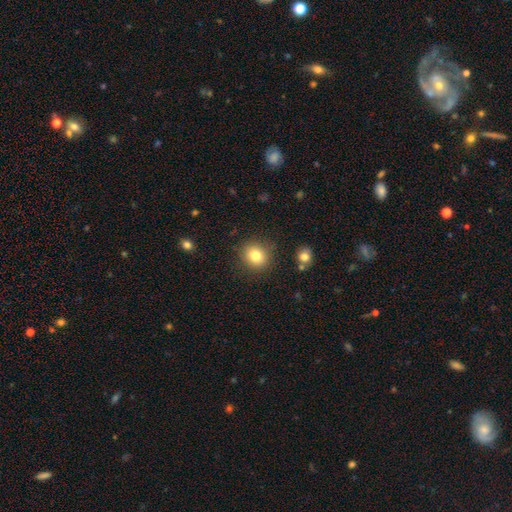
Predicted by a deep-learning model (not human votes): Smooth or featured: smooth — 81% (star or artifact — 11%)
How rounded: round — 83% (in between — 16%)
Merging: none — 87% (minor disturbance — 8%)